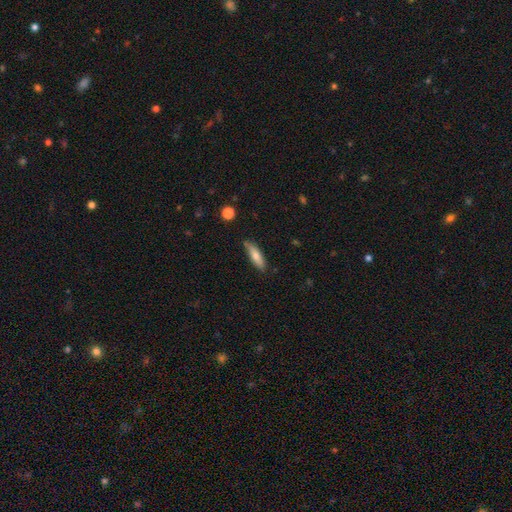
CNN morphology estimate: smooth-or-featured: smooth: 72% | featured or disk: 21% | star or artifact: 6%
  how-rounded: cigar-shaped: 61% | in between: 37% | round: 2%
  merging: none: 79% | minor disturbance: 16% | major disturbance: 2% | merger: 2%